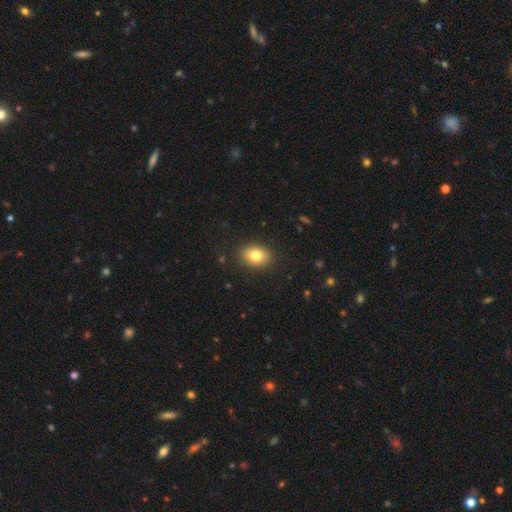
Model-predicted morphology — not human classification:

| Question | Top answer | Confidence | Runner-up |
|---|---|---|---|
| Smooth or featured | smooth | 80% | featured or disk (11%) |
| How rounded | in between | 74% | round (25%) |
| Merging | none | 88% | minor disturbance (8%) |